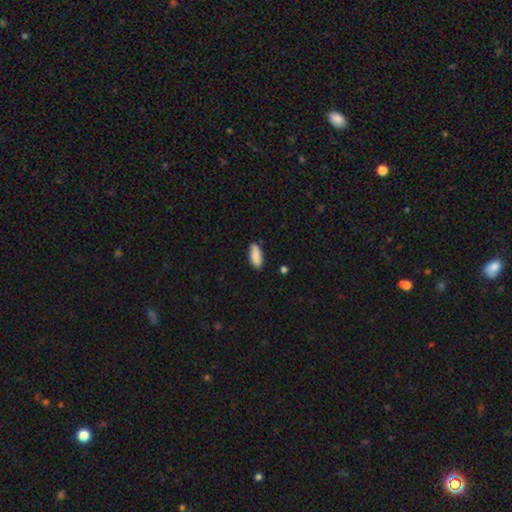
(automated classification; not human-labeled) Smooth or featured? smooth (88%)
How rounded? in between (81%)
Merging? none (81%)